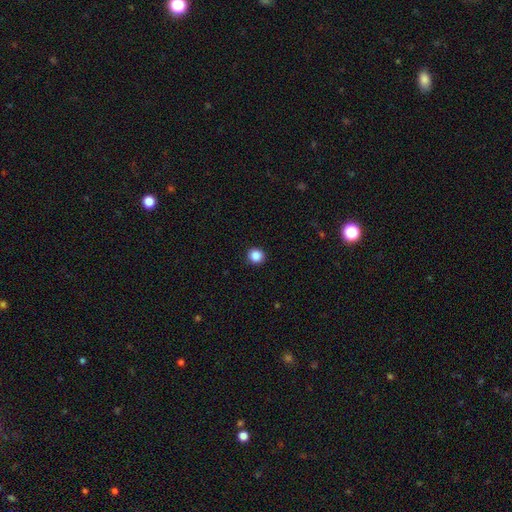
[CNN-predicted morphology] A smooth galaxy with no disk features (87%) that is round (93%).

Vote fractions:
- Smooth or featured? smooth: 87% / star or artifact: 10% / featured or disk: 3%
- How rounded? round: 93% / in between: 6% / cigar-shaped: 1%
- Merging? none: 92% / minor disturbance: 5% / major disturbance: 2% / merger: 1%